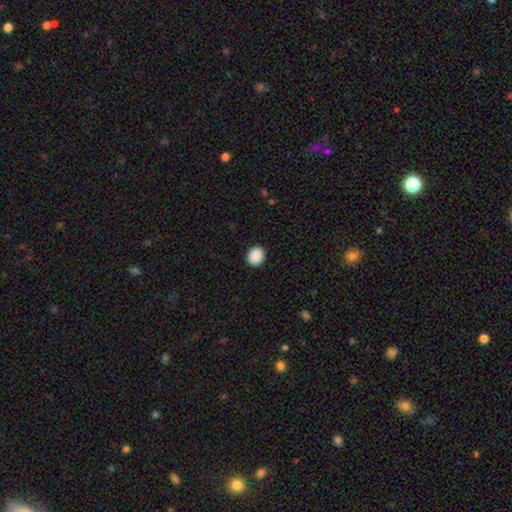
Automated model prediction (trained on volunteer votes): A smooth galaxy with no disk features (89%) that is round (78%). Merging: none (91%).